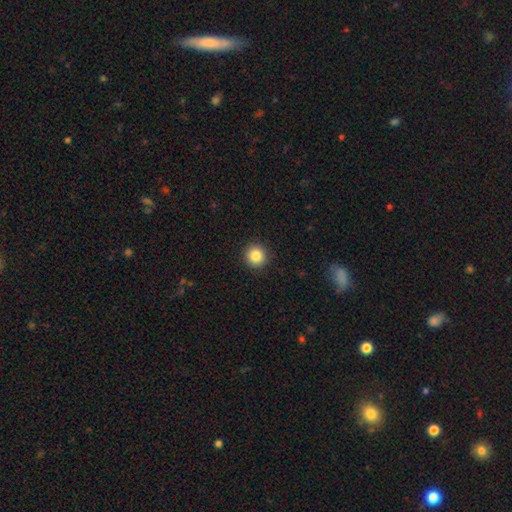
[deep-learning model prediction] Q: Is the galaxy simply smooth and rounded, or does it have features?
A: smooth — 84%.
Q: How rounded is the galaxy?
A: round — 95%.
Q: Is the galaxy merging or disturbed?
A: none — 93%.